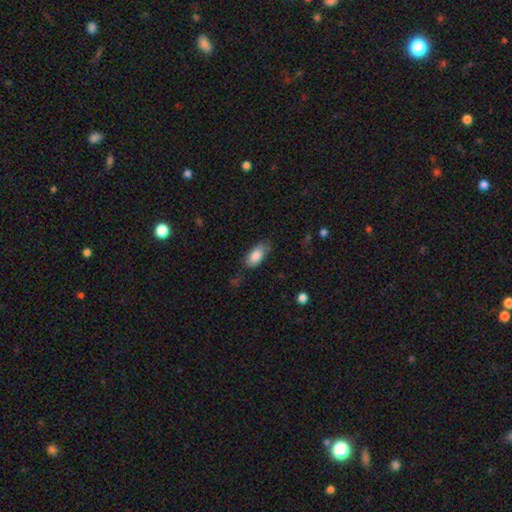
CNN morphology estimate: A smooth galaxy with no disk features (85%) that is in between round and cigar-shaped (90%).

Vote fractions:
- Smooth or featured? smooth: 85% / featured or disk: 9% / star or artifact: 7%
- How rounded? in between: 90% / cigar-shaped: 8% / round: 3%
- Merging? none: 71% / minor disturbance: 22% / major disturbance: 5% / merger: 2%